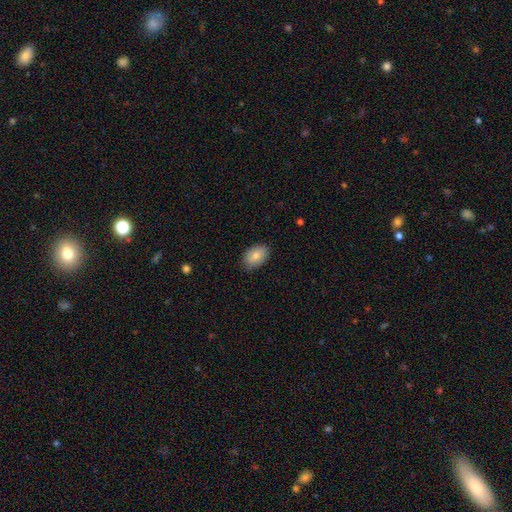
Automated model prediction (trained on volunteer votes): A smooth galaxy with no disk features (81%) that is in between round and cigar-shaped (86%). Merging: none (84%).